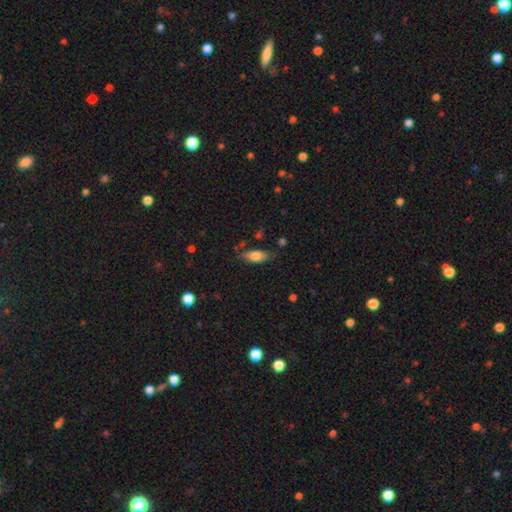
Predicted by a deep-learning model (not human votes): Smooth or featured? smooth (75%)
How rounded? in between (80%)
Merging? none (66%)